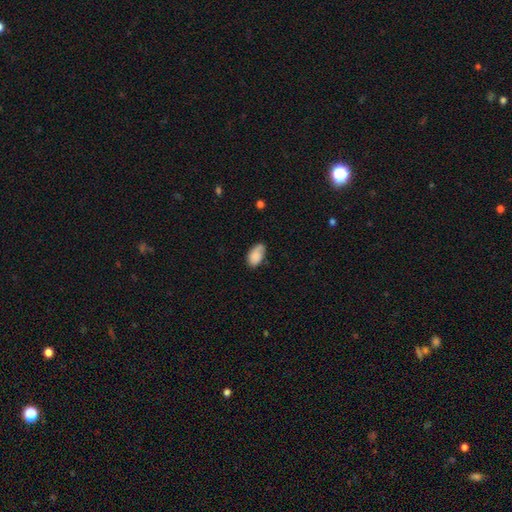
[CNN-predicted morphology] Smooth or featured? smooth (82%)
How rounded? in between (94%)
Merging? none (61%)